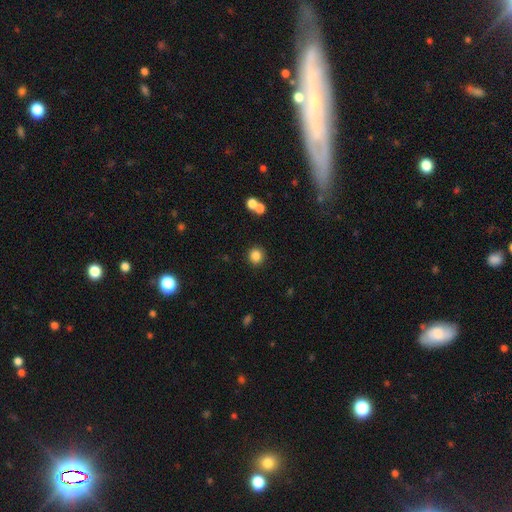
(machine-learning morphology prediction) smooth 85%, star or artifact 10%, featured or disk 4%. Down the decision tree: how rounded — round (90%); merging — none (88%).